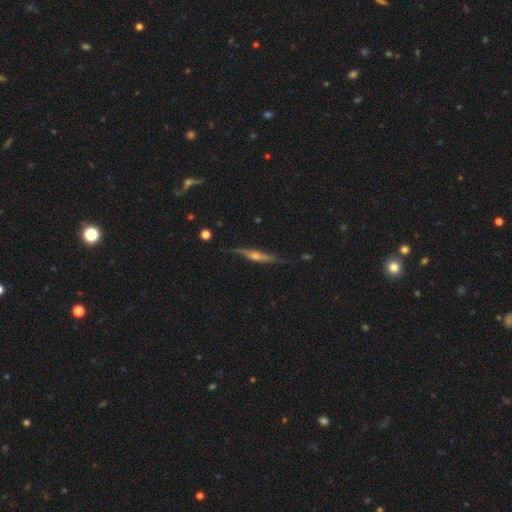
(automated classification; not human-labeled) featured or disk 74%, smooth 19%, star or artifact 7%. Down the decision tree: edge-on disk — yes (95%); edge-on bulge — rounded (82%); merging — none (79%).